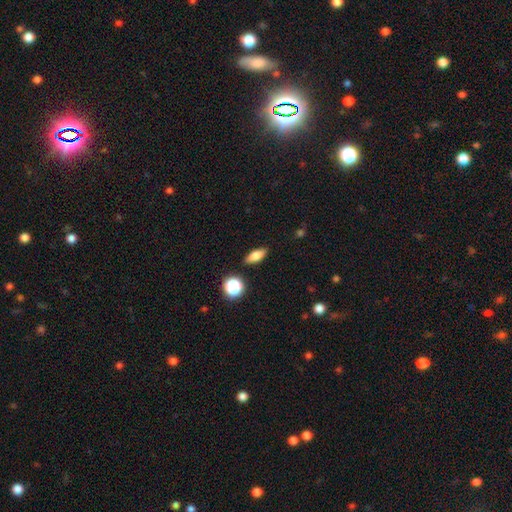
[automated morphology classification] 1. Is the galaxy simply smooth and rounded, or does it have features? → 77% smooth, 13% featured or disk, 10% star or artifact.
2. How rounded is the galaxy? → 69% in between, 23% cigar-shaped, 8% round.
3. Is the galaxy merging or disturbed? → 87% none, 9% minor disturbance, 2% major disturbance, 2% merger.